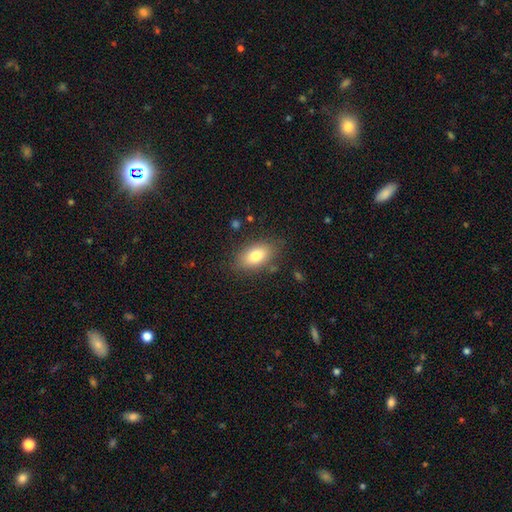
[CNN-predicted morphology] A smooth galaxy with no disk features (80%) that is in between round and cigar-shaped (90%).

Vote fractions:
- Smooth or featured? smooth: 80% / featured or disk: 12% / star or artifact: 8%
- How rounded? in between: 90% / round: 7% / cigar-shaped: 3%
- Merging? none: 81% / minor disturbance: 13% / major disturbance: 4% / merger: 2%